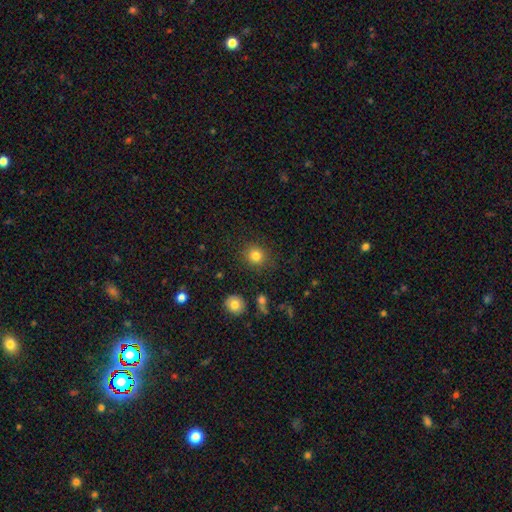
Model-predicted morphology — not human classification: Smooth or featured: smooth — 82% (star or artifact — 12%)
How rounded: round — 87% (in between — 12%)
Merging: none — 87% (minor disturbance — 8%)